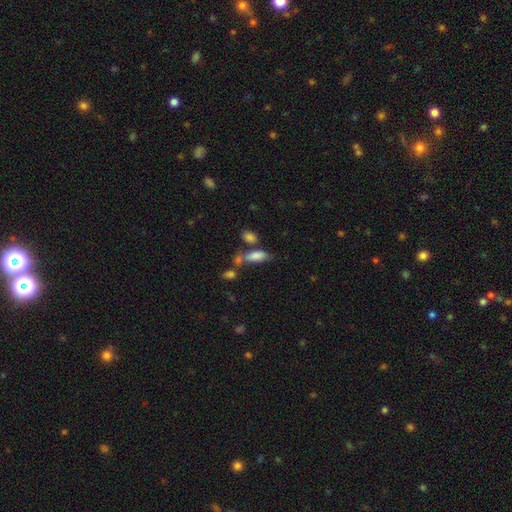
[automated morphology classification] A smooth galaxy with no disk features (81%) that is in between round and cigar-shaped (77%). Merging: none (48%).